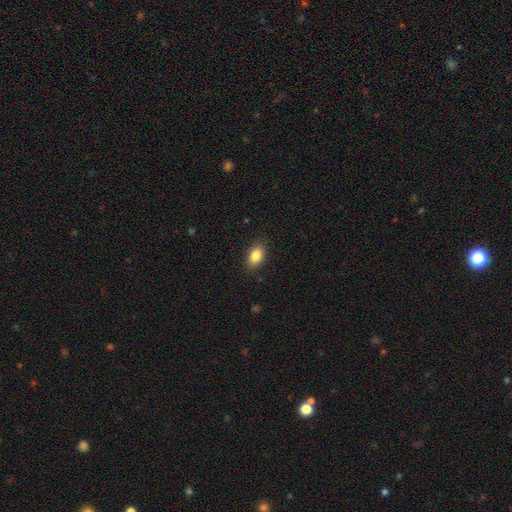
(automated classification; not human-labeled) smooth_or_featured: smooth (p=0.86) [alt: star or artifact p=0.08]
how_rounded: in between (p=0.89) [alt: round p=0.09]
merging: none (p=0.87) [alt: minor disturbance p=0.09]